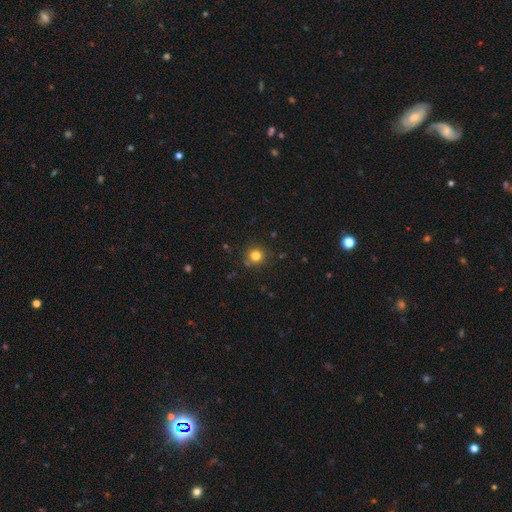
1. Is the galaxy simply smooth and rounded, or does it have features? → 85% smooth, 10% star or artifact, 5% featured or disk.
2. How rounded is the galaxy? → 100% round, 0% in between, 0% cigar-shaped.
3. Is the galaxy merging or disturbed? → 94% none, 3% minor disturbance, 3% major disturbance, 0% merger.